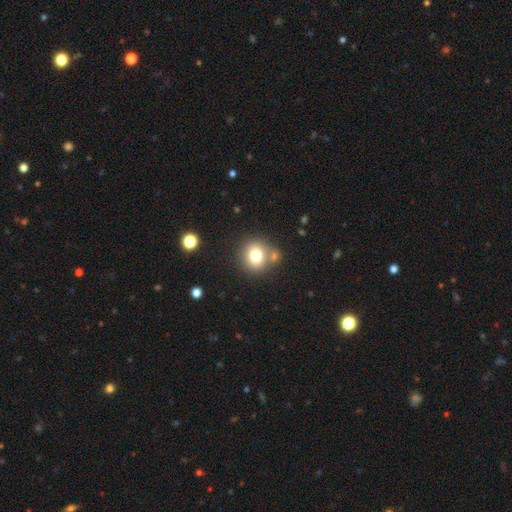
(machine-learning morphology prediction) Smooth or featured? Predicted: smooth (p=0.76). How rounded? Predicted: round (p=0.85). Merging? Predicted: none (p=0.68).